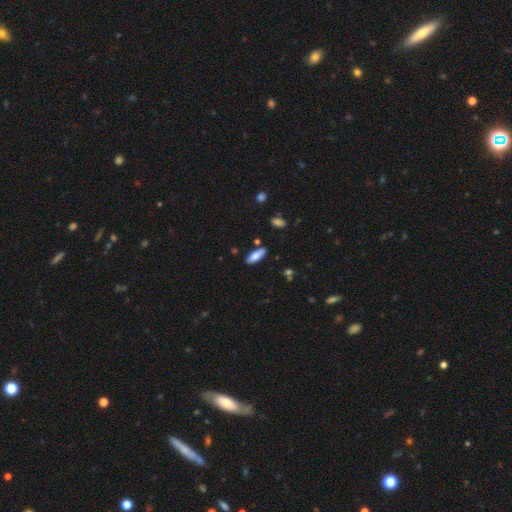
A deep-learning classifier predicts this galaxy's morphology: type=smooth (75%); roundness=in between (71%); merging=none (81%).